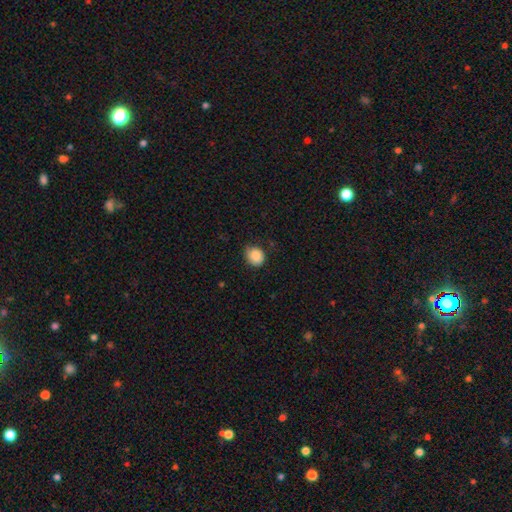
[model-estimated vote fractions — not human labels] Overall: smooth (86%). How rounded: round (67%; in between 32%). Merging: none (71%).